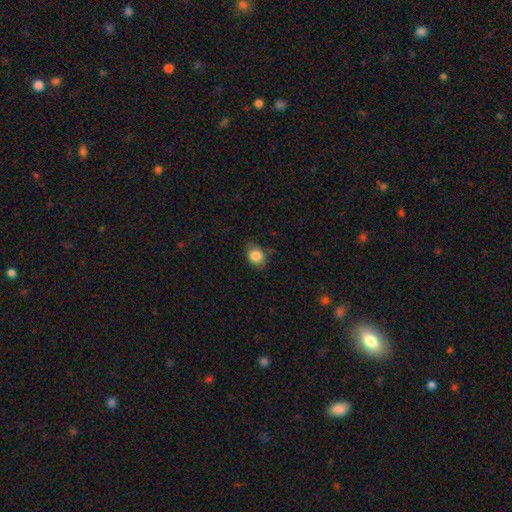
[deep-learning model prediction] This is clearly a smooth galaxy (86%). How rounded: possibly round (54%). Merging: likely none (71%).